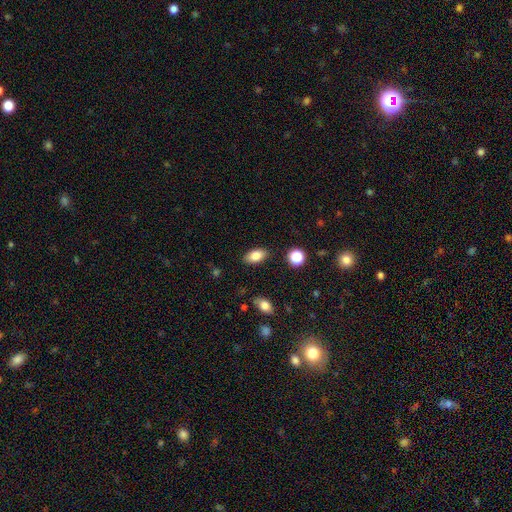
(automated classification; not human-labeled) Morphology: type=smooth (83%); roundness=in between (91%); merging=none (85%).